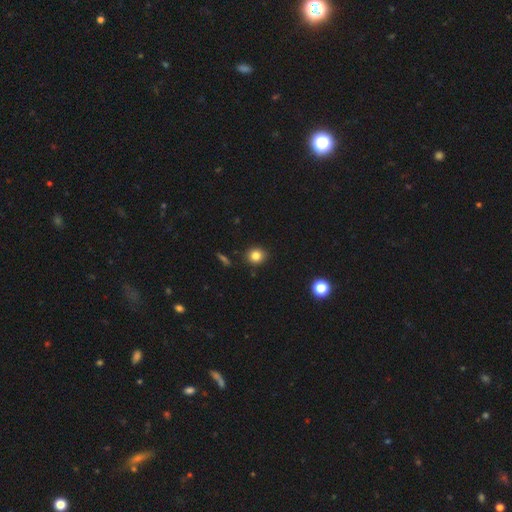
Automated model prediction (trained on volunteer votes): Morphology: type=smooth (82%); roundness=round (82%); merging=none (90%).